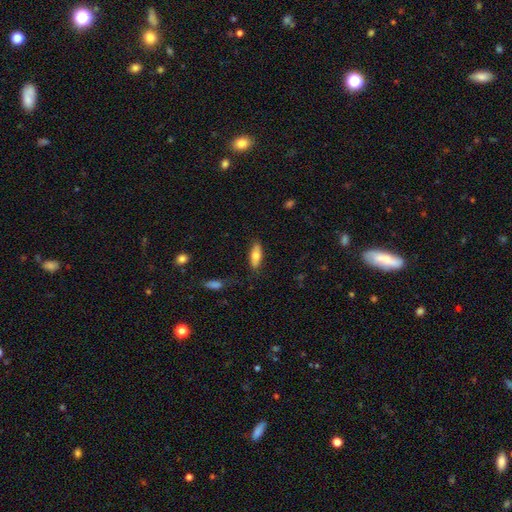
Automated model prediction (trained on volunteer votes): Smooth or featured: smooth — 72% (featured or disk — 22%)
How rounded: in between — 65% (cigar-shaped — 33%)
Merging: none — 82% (minor disturbance — 13%)